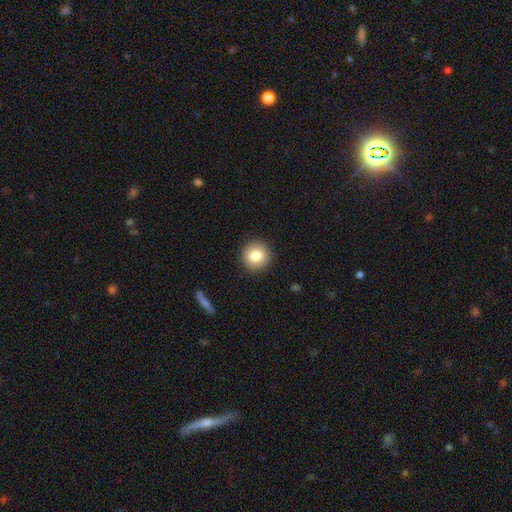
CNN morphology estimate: A smooth galaxy with no disk features (81%) that is round (92%).

Vote fractions:
- Smooth or featured? smooth: 81% / featured or disk: 10% / star or artifact: 9%
- How rounded? round: 92% / in between: 7% / cigar-shaped: 1%
- Merging? none: 91% / minor disturbance: 6% / major disturbance: 2% / merger: 1%